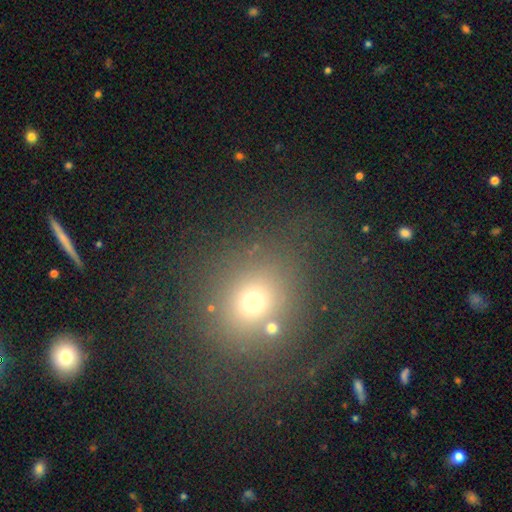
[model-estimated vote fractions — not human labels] A smooth galaxy with no disk features (57%) that is round (80%).

Vote fractions:
- Smooth or featured? smooth: 57% / star or artifact: 25% / featured or disk: 18%
- How rounded? round: 80% / in between: 19% / cigar-shaped: 1%
- Merging? none: 63% / major disturbance: 17% / minor disturbance: 14% / merger: 6%